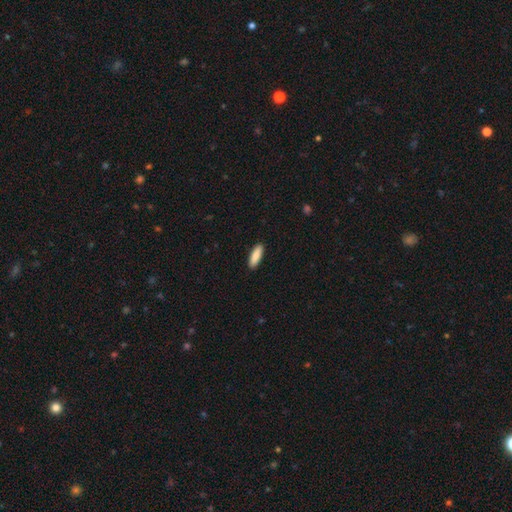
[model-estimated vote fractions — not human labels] Morphology: type=smooth (88%); roundness=in between (50%); merging=none (91%).